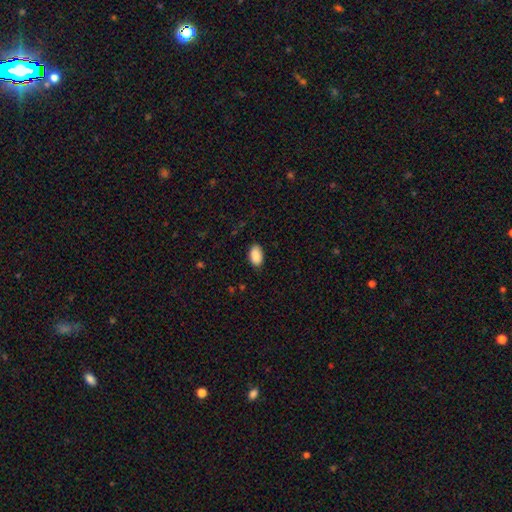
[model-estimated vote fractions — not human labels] smooth_or_featured: smooth (p=0.90) [alt: star or artifact p=0.07]
how_rounded: in between (p=0.94) [alt: round p=0.05]
merging: none (p=0.85) [alt: minor disturbance p=0.11]